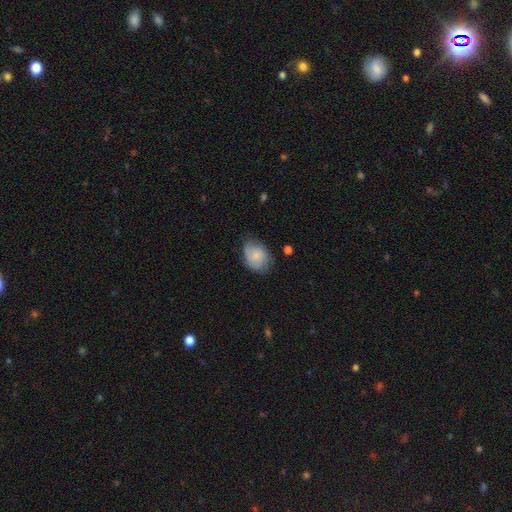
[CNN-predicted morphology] Overall: smooth (66%; featured or disk 27%). How rounded: in between (67%; round 31%). Merging: none (59%; minor disturbance 30%).